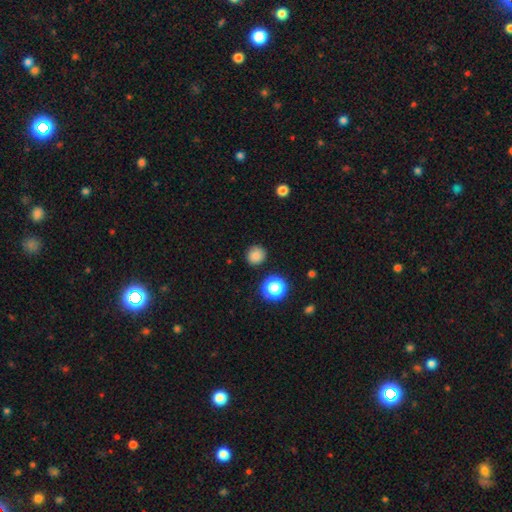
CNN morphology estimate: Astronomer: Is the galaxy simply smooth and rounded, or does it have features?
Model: smooth — 81%.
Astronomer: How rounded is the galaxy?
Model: round — 91%.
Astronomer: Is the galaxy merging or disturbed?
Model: none — 86%.